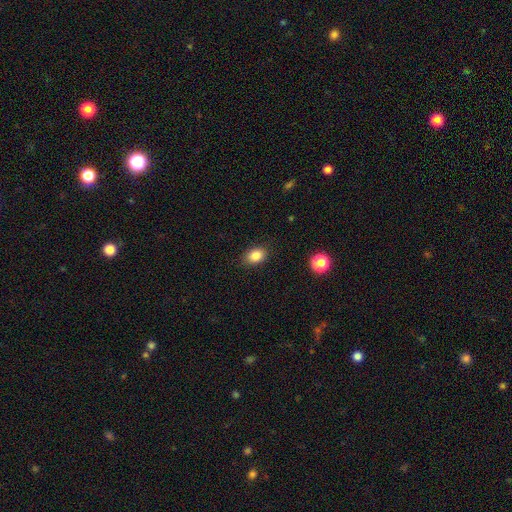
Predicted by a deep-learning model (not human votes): This is clearly a smooth galaxy (85%). How rounded: likely in between (74%). Merging: clearly none (87%).